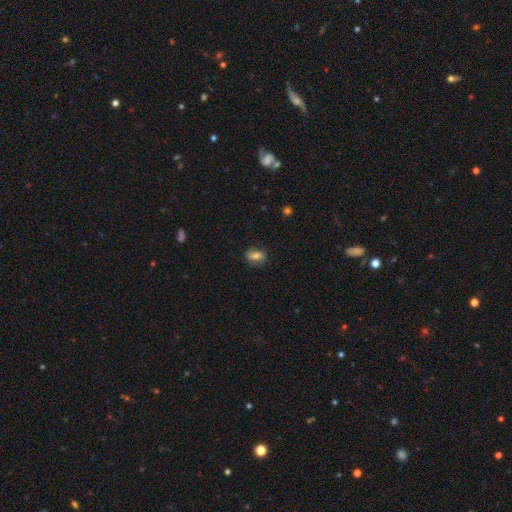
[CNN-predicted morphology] A smooth galaxy with no disk features (58%) that is in between round and cigar-shaped (77%). Merging: none (76%).